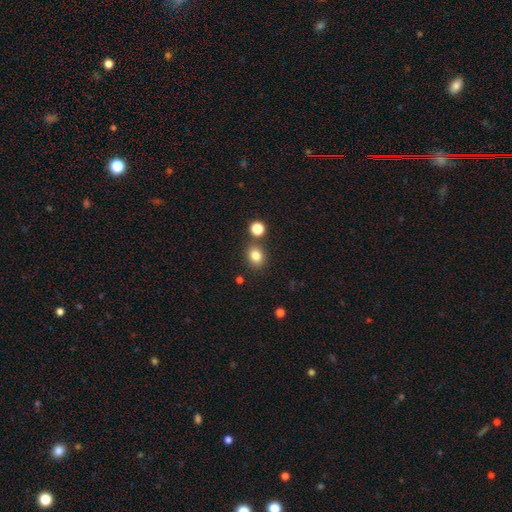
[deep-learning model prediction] Smooth or featured? smooth (81%)
How rounded? round (57%)
Merging? none (78%)